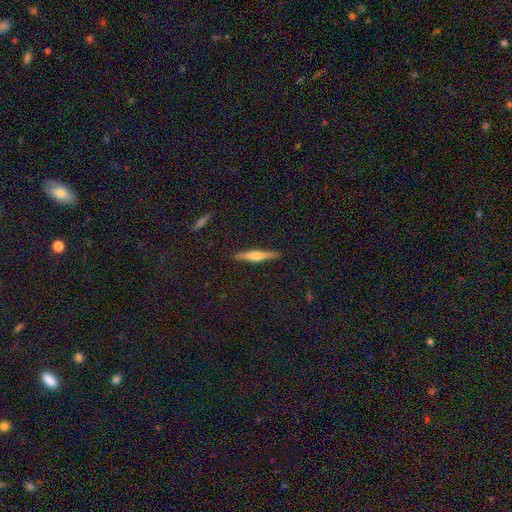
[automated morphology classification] Q: Smooth or featured?
A: featured or disk (65%); runner-up: smooth (26%)
Q: Edge-on disk?
A: yes (97%); runner-up: no (3%)
Q: Edge-on bulge?
A: rounded (83%); runner-up: boxy (11%)
Q: Merging?
A: none (91%); runner-up: minor disturbance (6%)